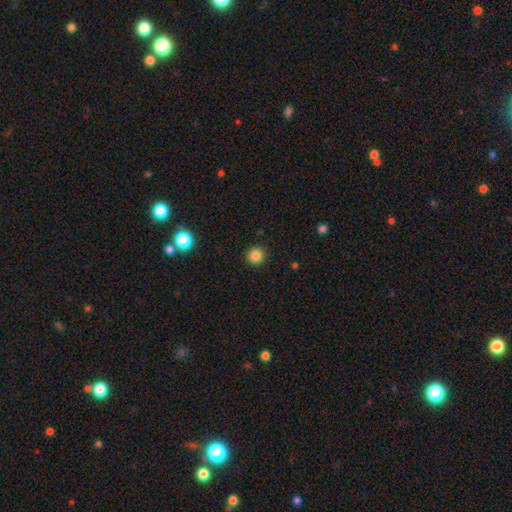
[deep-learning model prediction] Smooth or featured? smooth (85%)
How rounded? round (95%)
Merging? none (92%)